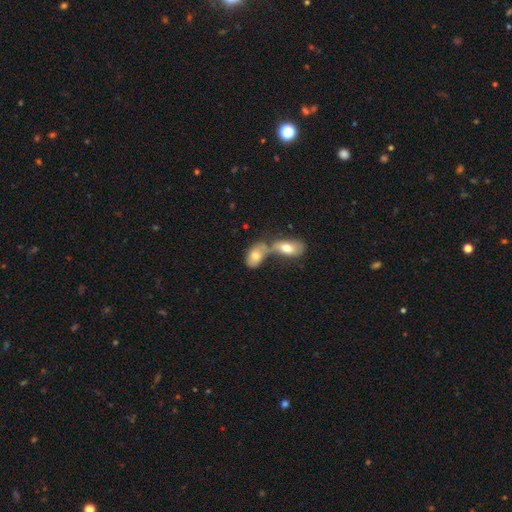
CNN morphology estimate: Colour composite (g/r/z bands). It shows a smooth galaxy with no disk features (73%) that is in between round and cigar-shaped (91%). Merging: merger (71%).